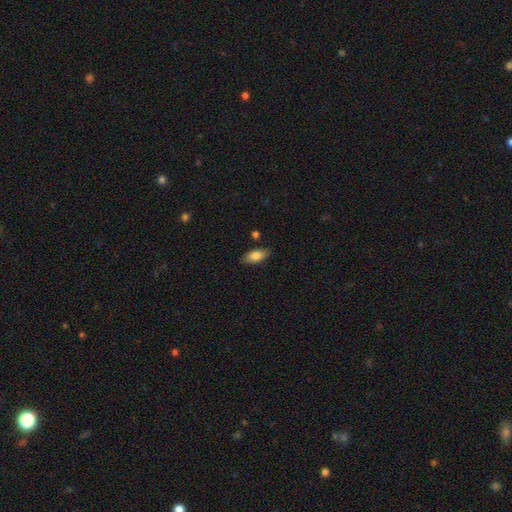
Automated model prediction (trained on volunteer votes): Smooth or featured? Predicted: smooth (p=0.83). How rounded? Predicted: in between (p=0.89). Merging? Predicted: none (p=0.83).